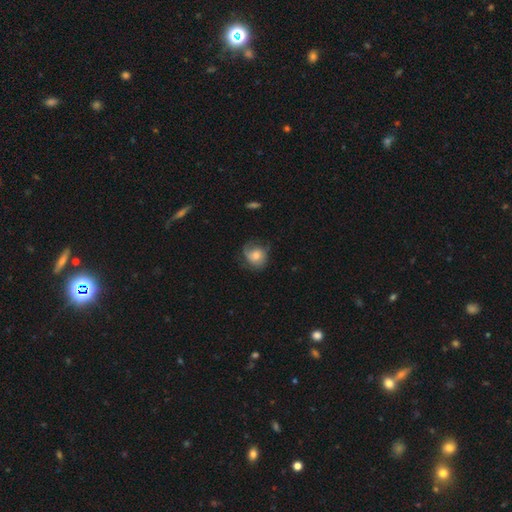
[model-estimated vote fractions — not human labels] The model was most divided on "smooth or featured": smooth: 53%, featured or disk: 39%, star or artifact: 8%. More confident: how rounded — round (69%); merging — none (54%).